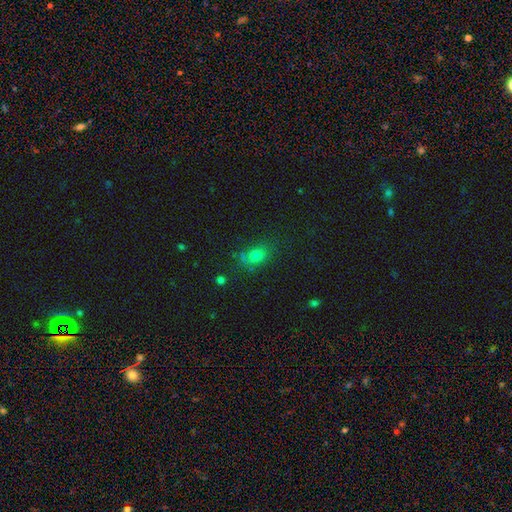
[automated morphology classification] Overall: smooth (74%). How rounded: in between (64%; round 33%). Merging: none (68%).